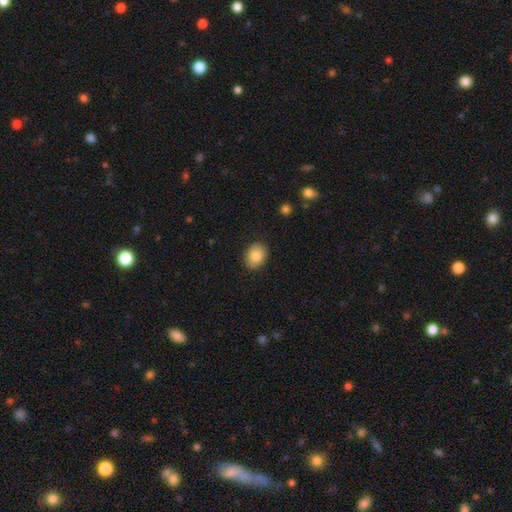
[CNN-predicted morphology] This is clearly a smooth galaxy (86%). How rounded: possibly in between (58%). Merging: clearly none (89%).